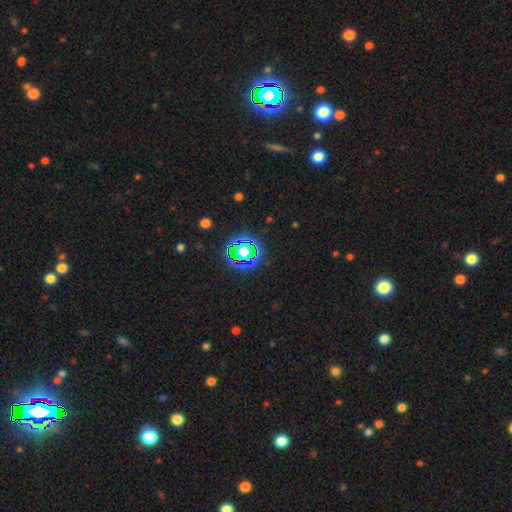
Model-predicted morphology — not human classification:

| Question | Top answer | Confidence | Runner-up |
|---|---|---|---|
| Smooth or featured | star or artifact | 80% | smooth (13%) |